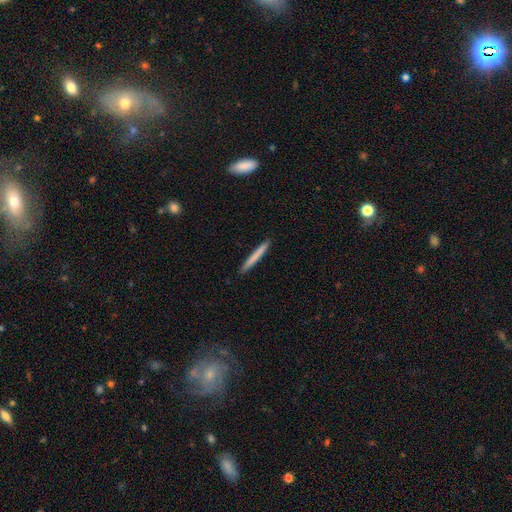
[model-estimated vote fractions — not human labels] Smooth or featured? Predicted: smooth (p=0.74). How rounded? Predicted: cigar-shaped (p=0.97). Merging? Predicted: none (p=0.92).